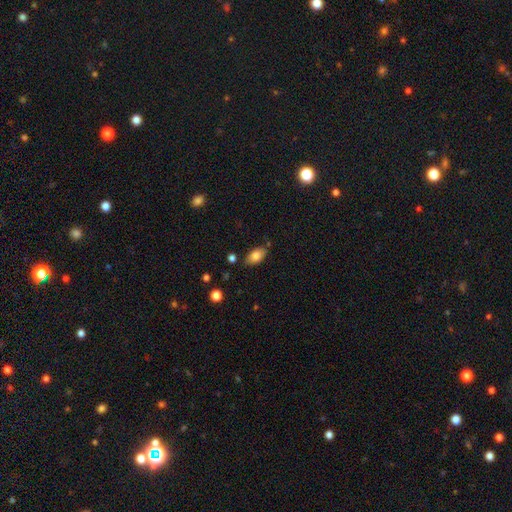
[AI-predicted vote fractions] smooth_or_featured: smooth (p=0.81) [alt: featured or disk p=0.10]
how_rounded: in between (p=0.92) [alt: round p=0.05]
merging: none (p=0.78) [alt: minor disturbance p=0.16]